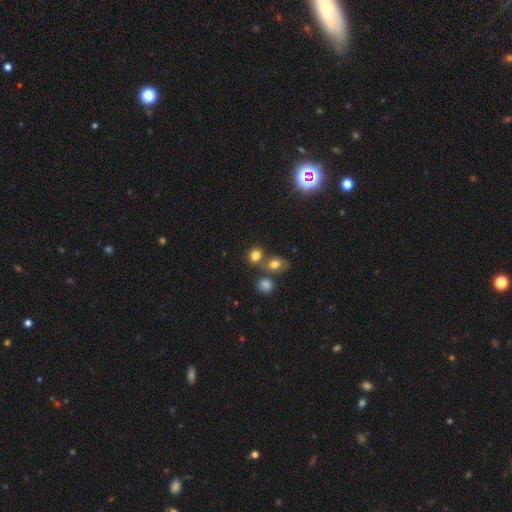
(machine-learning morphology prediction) type=smooth (78%); roundness=round (64%); merging=none (56%).